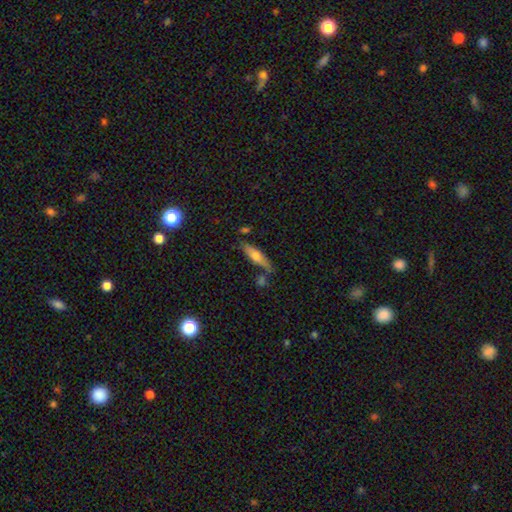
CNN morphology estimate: The model was most divided on "smooth or featured": smooth: 59%, featured or disk: 34%, star or artifact: 7%. More confident: merging — none (68%); how rounded — cigar-shaped (62%).